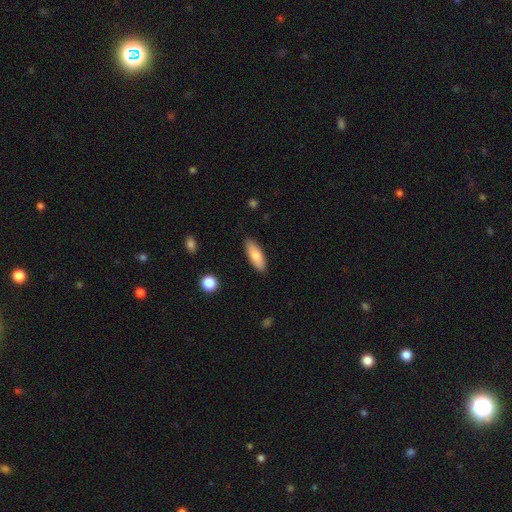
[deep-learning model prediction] Smooth or featured: smooth — 81% (featured or disk — 13%)
How rounded: in between — 66% (cigar-shaped — 32%)
Merging: none — 87% (minor disturbance — 10%)